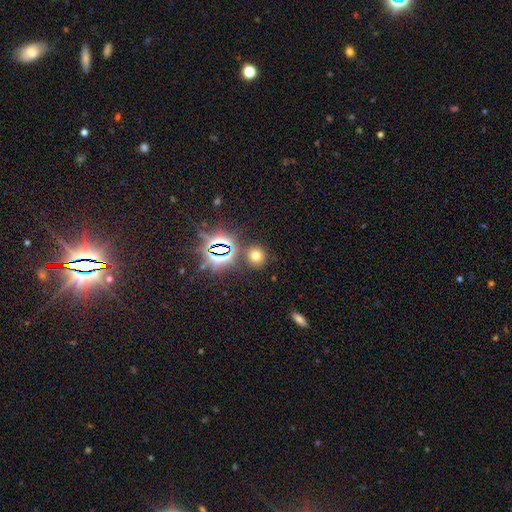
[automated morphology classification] A smooth galaxy with no disk features (60%) that is round (88%).

Vote fractions:
- Smooth or featured? smooth: 60% / star or artifact: 31% / featured or disk: 9%
- How rounded? round: 88% / in between: 11% / cigar-shaped: 1%
- Merging? none: 84% / minor disturbance: 7% / merger: 6% / major disturbance: 3%